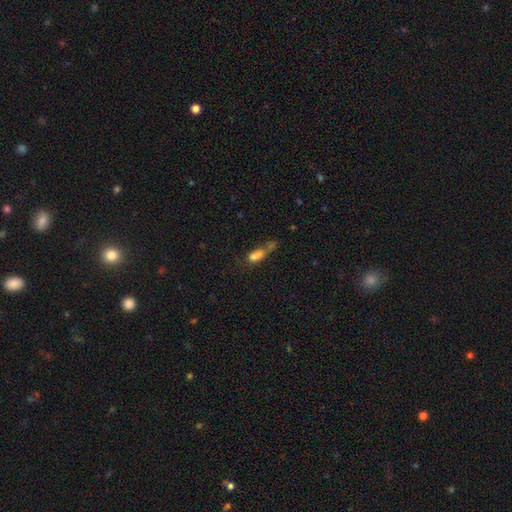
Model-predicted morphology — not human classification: Smooth or featured?
  - smooth: 68% *
  - star or artifact: 16%
  - featured or disk: 16%
How rounded?
  - in between: 70% *
  - cigar-shaped: 22%
  - round: 7%
Merging?
  - merger: 40% *
  - none: 25%
  - major disturbance: 20%
  - minor disturbance: 15%